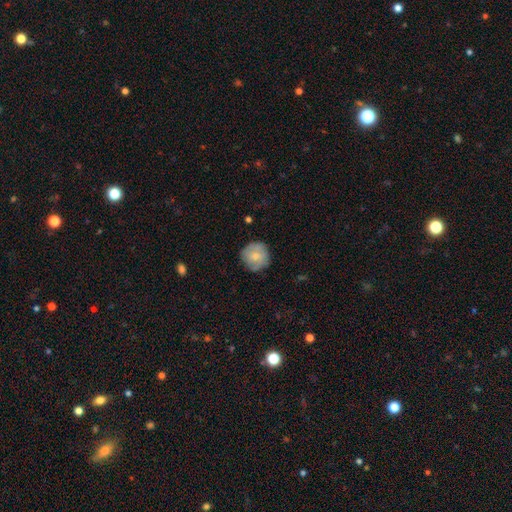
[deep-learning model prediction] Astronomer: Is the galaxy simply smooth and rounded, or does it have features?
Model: smooth — 71%.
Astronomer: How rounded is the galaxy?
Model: round — 93%.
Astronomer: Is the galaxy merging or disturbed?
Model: none — 80%.